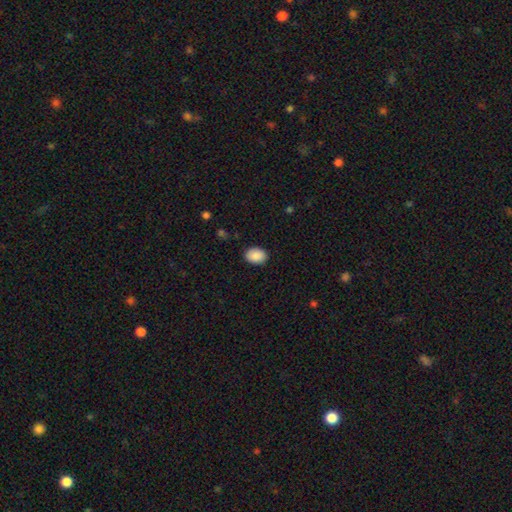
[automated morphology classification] smooth 90%, star or artifact 7%, featured or disk 3%. Down the decision tree: how rounded — in between (77%); merging — none (88%).